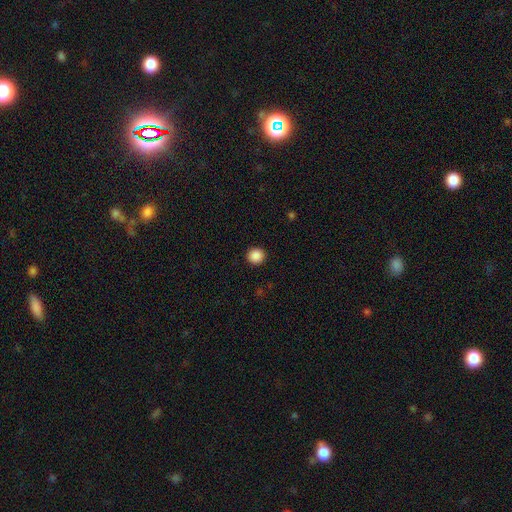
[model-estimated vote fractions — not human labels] This appears to be a smooth galaxy with no disk features (88%) that is round (93%). Merging: none (93%).